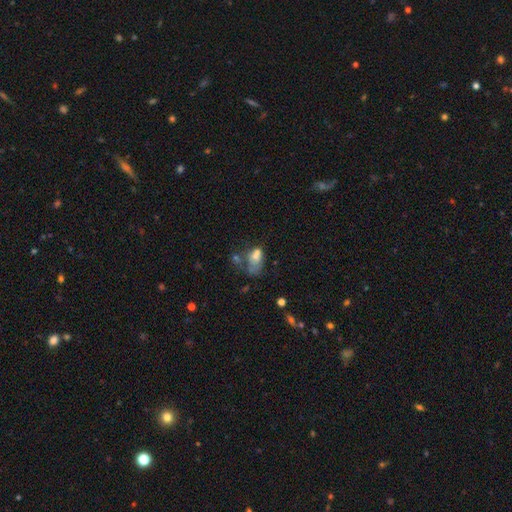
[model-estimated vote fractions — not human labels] Morphology: type=smooth (50%); roundness=in between (81%); merging=major disturbance (34%).